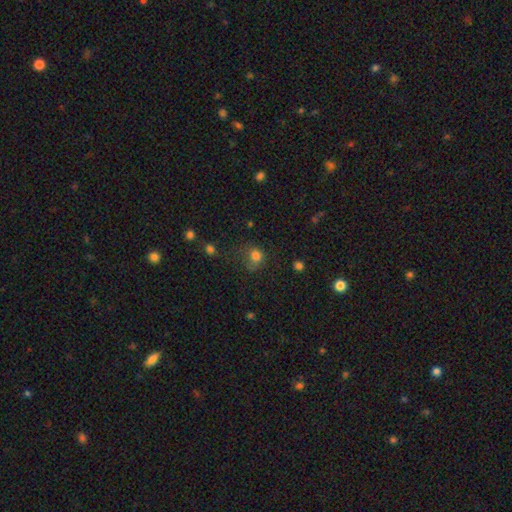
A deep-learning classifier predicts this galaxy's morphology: smooth_or_featured: smooth (p=0.77) [alt: star or artifact p=0.15]
how_rounded: round (p=0.72) [alt: in between p=0.27]
merging: none (p=0.45) [alt: minor disturbance p=0.25]